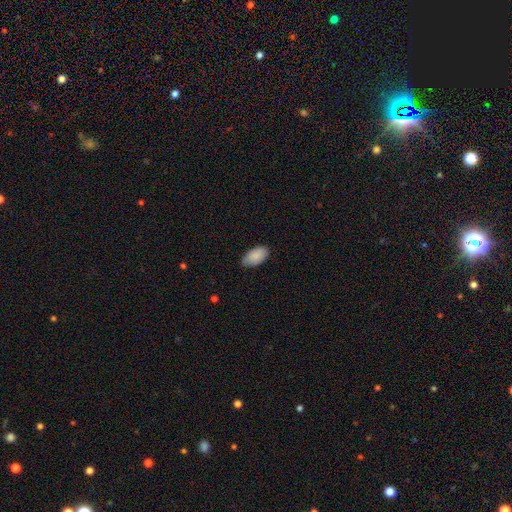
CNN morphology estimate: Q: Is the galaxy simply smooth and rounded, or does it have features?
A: smooth — 89%.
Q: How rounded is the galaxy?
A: in between — 95%.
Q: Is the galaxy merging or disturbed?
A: none — 78%.